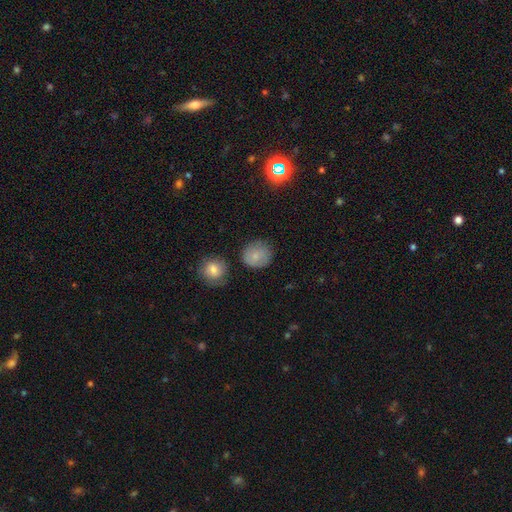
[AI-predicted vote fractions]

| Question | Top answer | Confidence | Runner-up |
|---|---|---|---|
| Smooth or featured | smooth | 82% | featured or disk (10%) |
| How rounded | round | 84% | in between (15%) |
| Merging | none | 73% | minor disturbance (17%) |